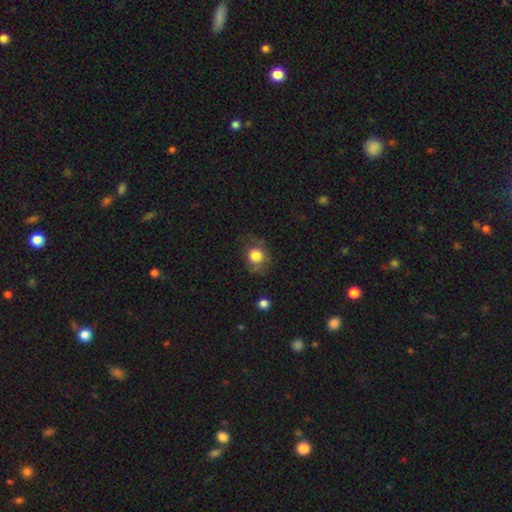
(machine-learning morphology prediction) Q: Smooth or featured?
A: smooth (78%); runner-up: featured or disk (12%)
Q: How rounded?
A: round (79%); runner-up: in between (20%)
Q: Merging?
A: none (63%); runner-up: minor disturbance (22%)